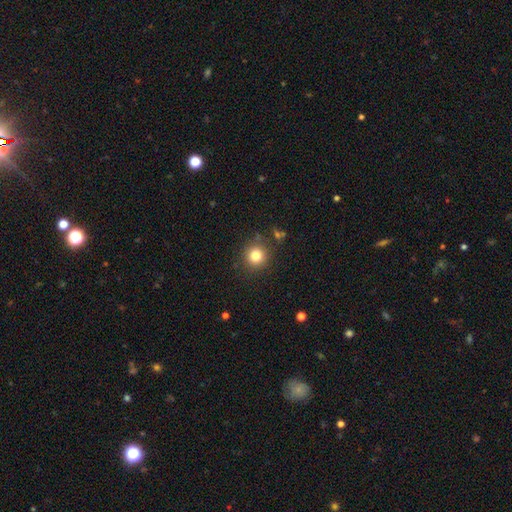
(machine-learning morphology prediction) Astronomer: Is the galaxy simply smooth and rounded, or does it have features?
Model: smooth — 81%.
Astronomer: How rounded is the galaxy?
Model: round — 93%.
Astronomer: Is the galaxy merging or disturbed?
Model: none — 87%.